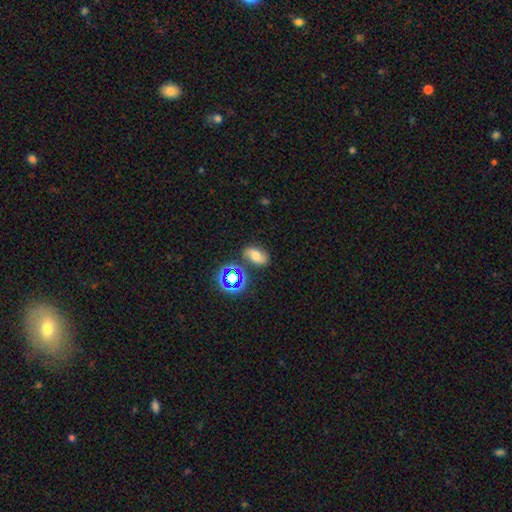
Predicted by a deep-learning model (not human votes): Morphology: type=smooth (53%); roundness=in between (83%); merging=none (69%).